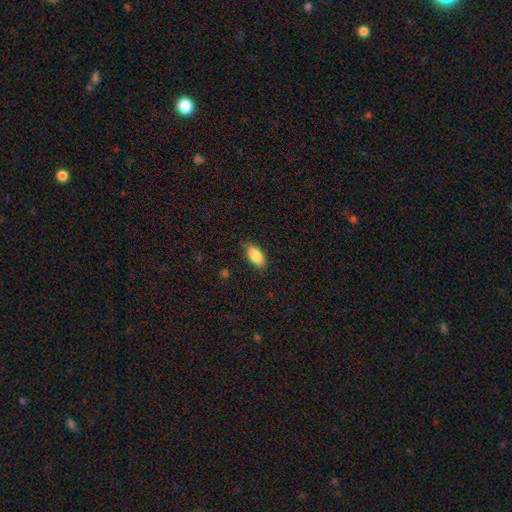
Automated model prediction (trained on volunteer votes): This is clearly a smooth galaxy (87%). How rounded: clearly in between (90%). Merging: clearly none (80%).